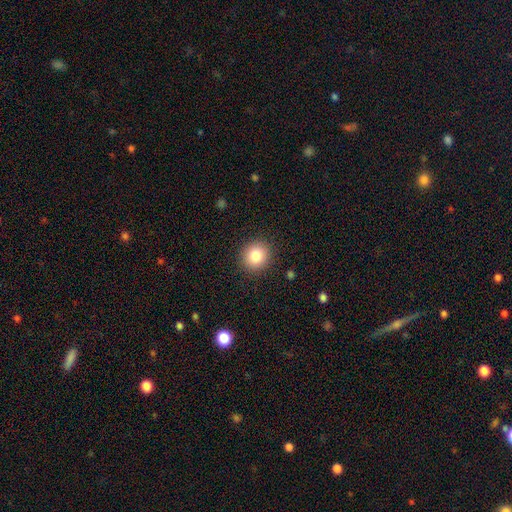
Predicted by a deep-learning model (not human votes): This appears to be a smooth galaxy with no disk features (83%) that is round (85%). Merging: none (90%).